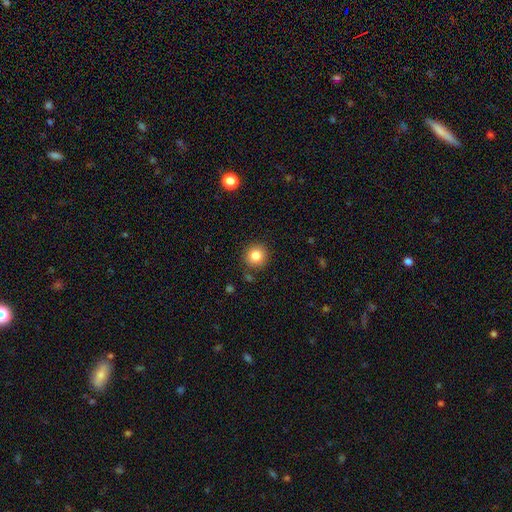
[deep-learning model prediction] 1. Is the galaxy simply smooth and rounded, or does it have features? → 84% smooth, 10% star or artifact, 6% featured or disk.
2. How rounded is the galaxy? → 93% round, 6% in between, 1% cigar-shaped.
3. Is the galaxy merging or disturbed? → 88% none, 8% minor disturbance, 3% merger, 2% major disturbance.